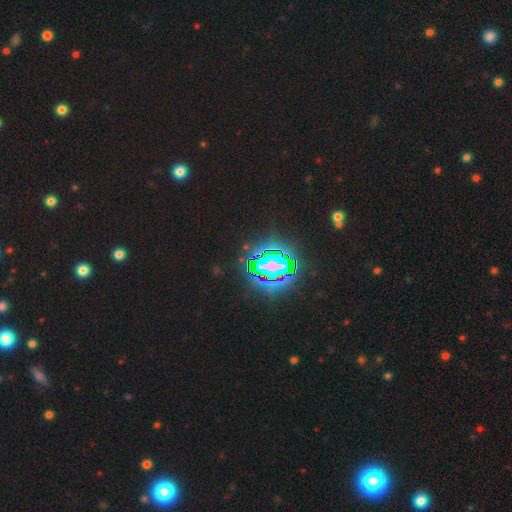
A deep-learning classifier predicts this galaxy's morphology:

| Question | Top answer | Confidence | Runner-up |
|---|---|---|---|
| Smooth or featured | star or artifact | 85% | smooth (9%) |